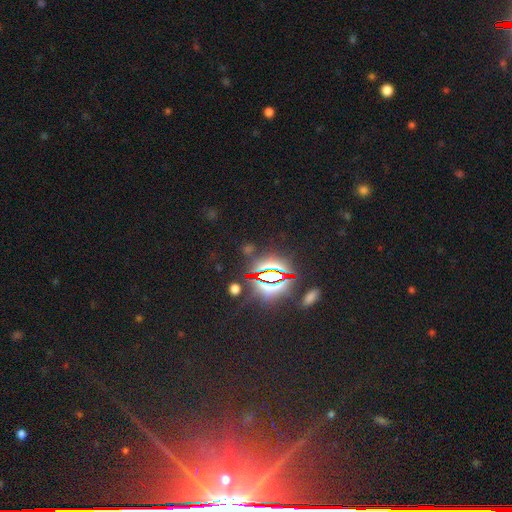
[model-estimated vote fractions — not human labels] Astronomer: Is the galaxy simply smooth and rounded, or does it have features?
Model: star or artifact — 82%.